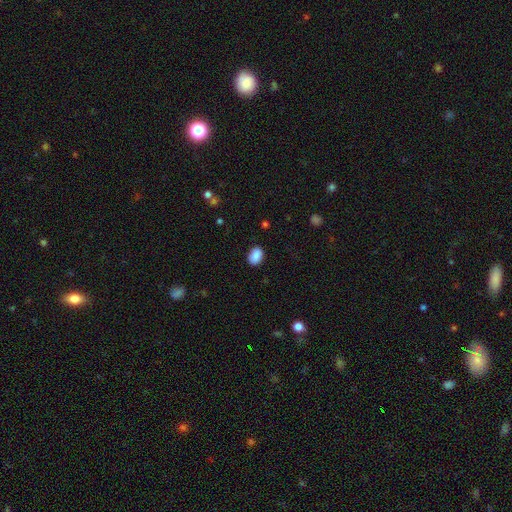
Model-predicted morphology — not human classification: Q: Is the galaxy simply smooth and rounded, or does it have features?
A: smooth — 89%.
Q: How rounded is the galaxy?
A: in between — 80%.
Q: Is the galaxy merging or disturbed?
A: none — 87%.